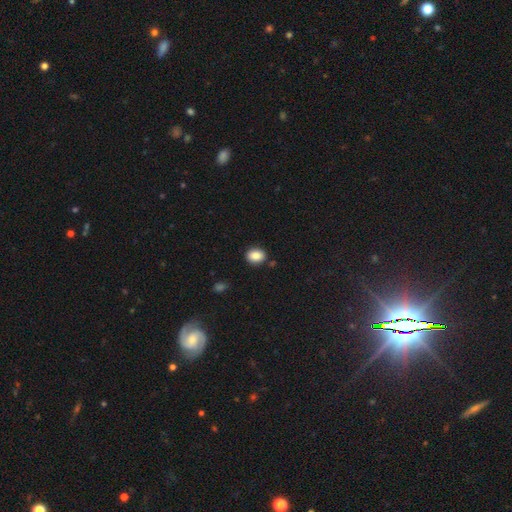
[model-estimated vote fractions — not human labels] Q: Smooth or featured?
A: smooth (87%); runner-up: star or artifact (9%)
Q: How rounded?
A: in between (62%); runner-up: round (37%)
Q: Merging?
A: none (85%); runner-up: minor disturbance (9%)